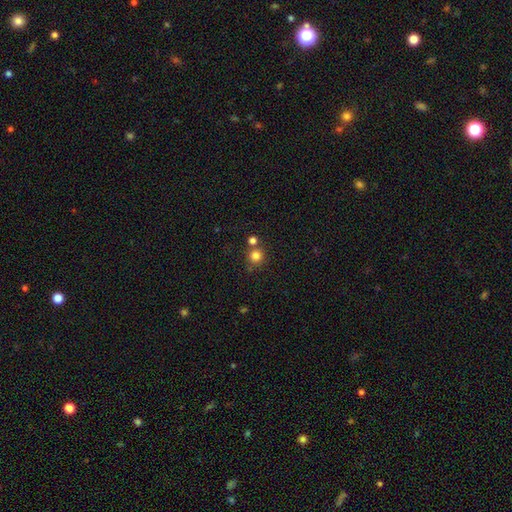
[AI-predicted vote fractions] smooth 81%, star or artifact 13%, featured or disk 6%. Down the decision tree: how rounded — round (93%); merging — none (70%).